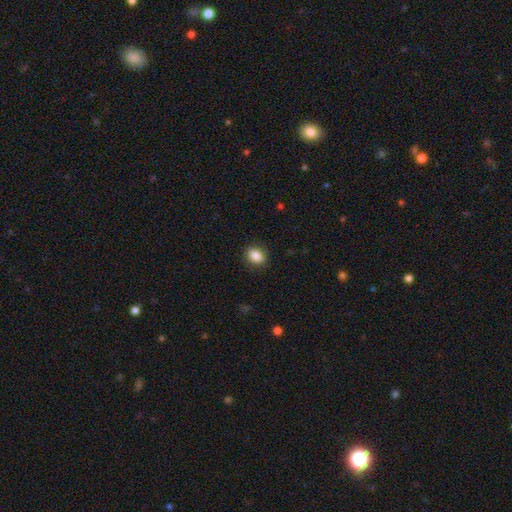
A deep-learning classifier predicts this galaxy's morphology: A smooth galaxy with no disk features (87%) that is in between round and cigar-shaped (61%). Merging: none (87%).